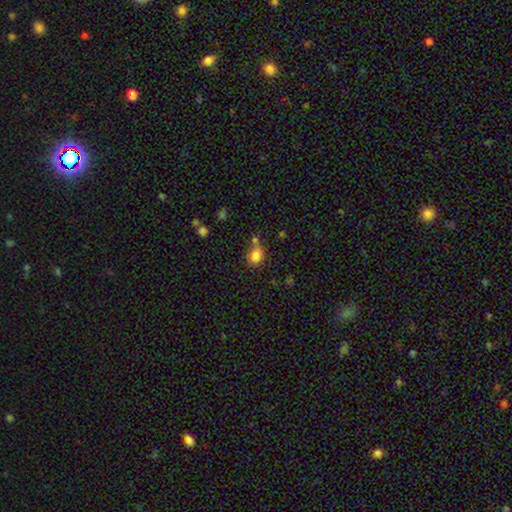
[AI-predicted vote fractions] Morphology: type=smooth (83%); roundness=in between (56%); merging=none (55%).